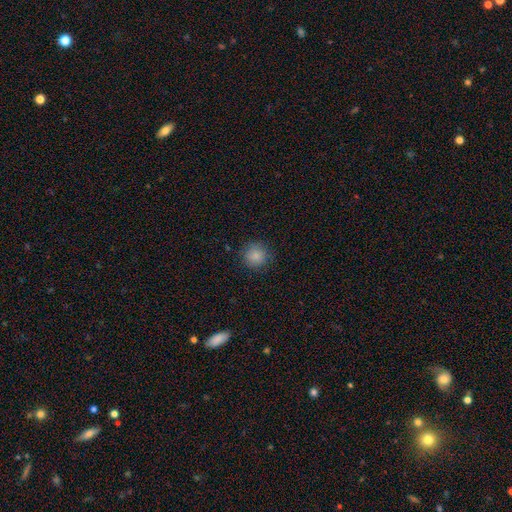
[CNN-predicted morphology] smooth-or-featured: smooth: 86% | star or artifact: 10% | featured or disk: 4%
  how-rounded: round: 94% | in between: 5% | cigar-shaped: 1%
  merging: none: 88% | minor disturbance: 8% | major disturbance: 3% | merger: 1%